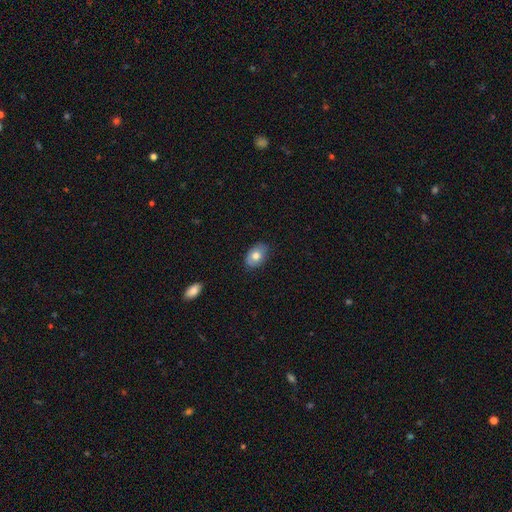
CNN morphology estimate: type=smooth (75%); roundness=in between (84%); merging=none (82%).